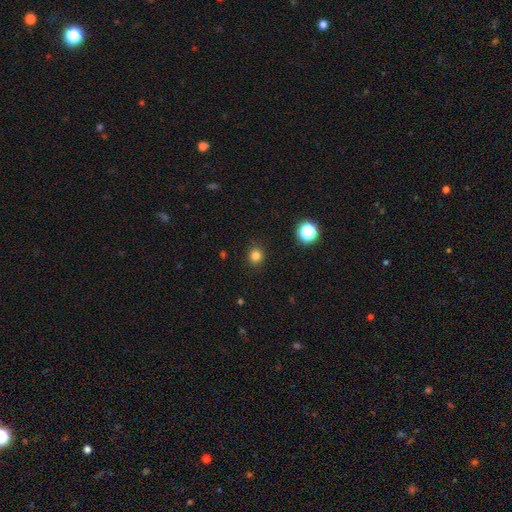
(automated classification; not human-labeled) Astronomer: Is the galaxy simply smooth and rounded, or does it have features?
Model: smooth — 81%.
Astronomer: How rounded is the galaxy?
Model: round — 86%.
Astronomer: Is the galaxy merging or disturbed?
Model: none — 89%.